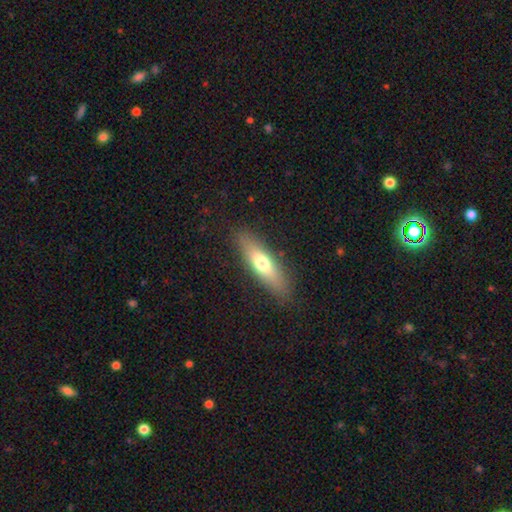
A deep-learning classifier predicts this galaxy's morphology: A smooth galaxy with no disk features (62%) that is cigar-shaped (64%).

Vote fractions:
- Smooth or featured? smooth: 62% / featured or disk: 32% / star or artifact: 6%
- How rounded? cigar-shaped: 64% / in between: 34% / round: 2%
- Merging? none: 87% / minor disturbance: 9% / major disturbance: 2% / merger: 1%